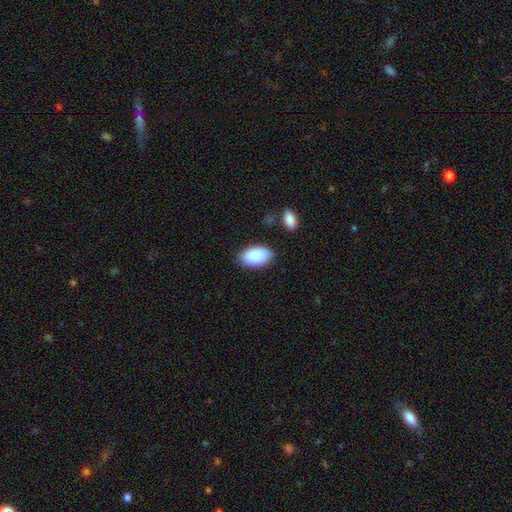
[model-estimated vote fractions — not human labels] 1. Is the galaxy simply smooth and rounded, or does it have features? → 89% smooth, 6% star or artifact, 5% featured or disk.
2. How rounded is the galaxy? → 95% in between, 4% round, 1% cigar-shaped.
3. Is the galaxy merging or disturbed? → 81% none, 13% minor disturbance, 3% major disturbance, 2% merger.